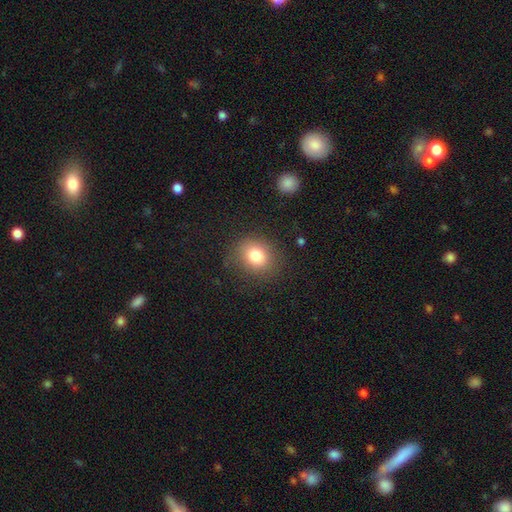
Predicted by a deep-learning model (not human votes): Q: Smooth or featured?
A: smooth (81%); runner-up: star or artifact (11%)
Q: How rounded?
A: round (69%); runner-up: in between (30%)
Q: Merging?
A: none (83%); runner-up: minor disturbance (11%)